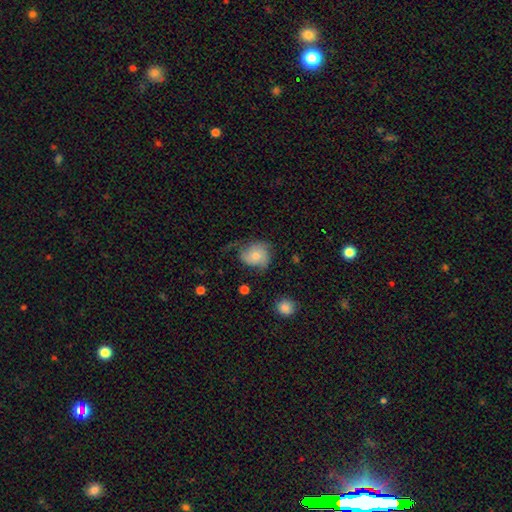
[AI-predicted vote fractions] Smooth or featured? Predicted: smooth (p=0.55). How rounded? Predicted: round (p=0.65). Merging? Predicted: none (p=0.42).